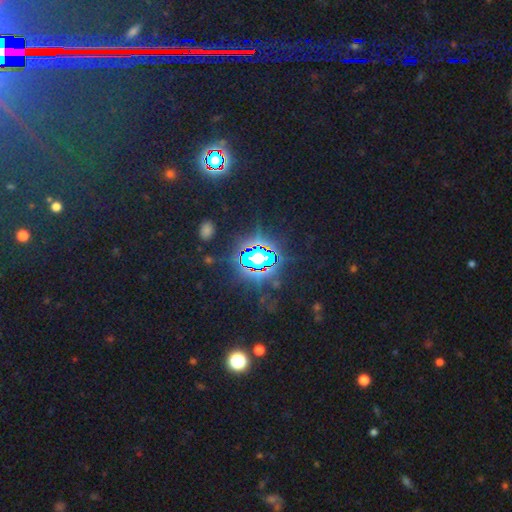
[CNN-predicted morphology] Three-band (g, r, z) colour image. It shows a star or artifact, not a galaxy (81%).